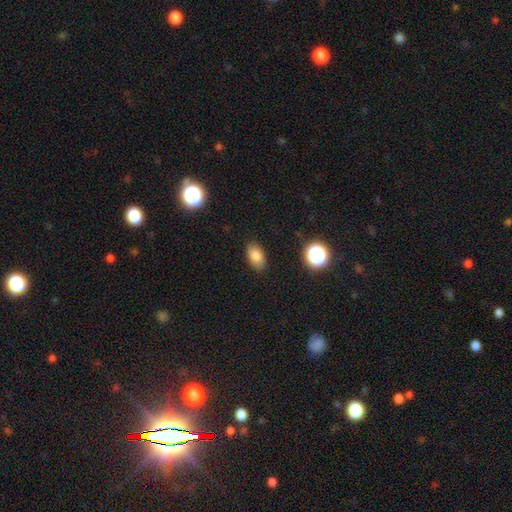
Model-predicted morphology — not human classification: smooth_or_featured: smooth (p=0.83) [alt: star or artifact p=0.10]
how_rounded: in between (p=0.90) [alt: round p=0.08]
merging: none (p=0.87) [alt: minor disturbance p=0.10]